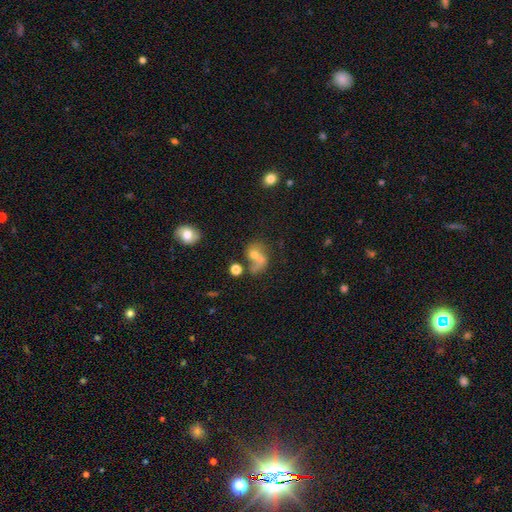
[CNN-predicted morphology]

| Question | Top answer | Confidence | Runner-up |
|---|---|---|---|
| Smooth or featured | smooth | 57% | featured or disk (29%) |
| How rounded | round | 52% | in between (46%) |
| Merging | merger | 54% | none (22%) |